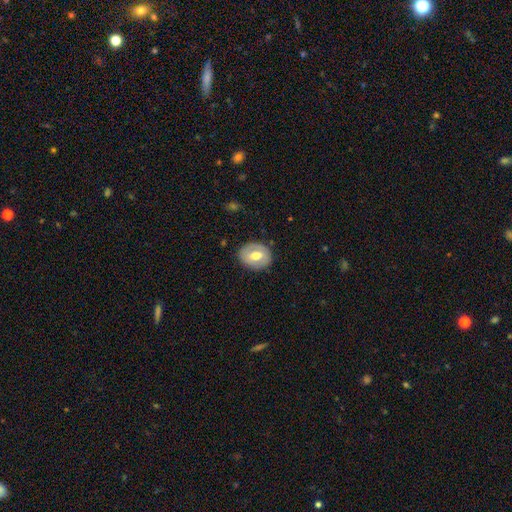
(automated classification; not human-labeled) Smooth or featured?
  - smooth: 50% *
  - featured or disk: 44%
  - star or artifact: 6%
Merging?
  - none: 84% *
  - minor disturbance: 12%
  - major disturbance: 3%
  - merger: 1%